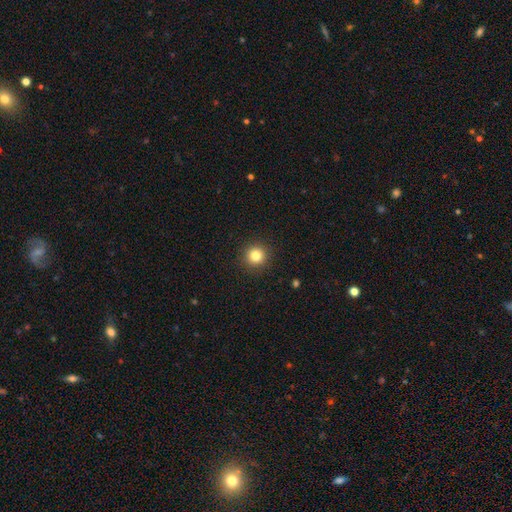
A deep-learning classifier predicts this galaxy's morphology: The model was most divided on "smooth or featured": smooth: 83%, star or artifact: 12%, featured or disk: 6%. More confident: how rounded — round (95%); merging — none (92%).